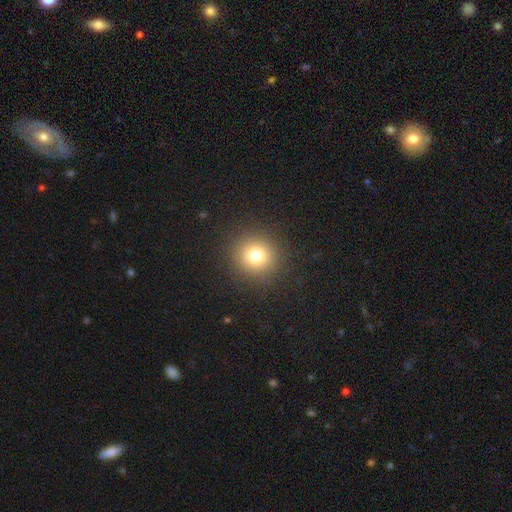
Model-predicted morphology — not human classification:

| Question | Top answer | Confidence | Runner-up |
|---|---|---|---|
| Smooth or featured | smooth | 76% | star or artifact (15%) |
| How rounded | round | 93% | in between (6%) |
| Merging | none | 90% | minor disturbance (6%) |